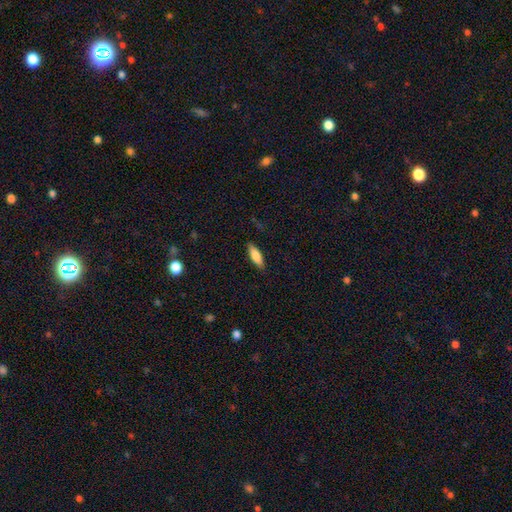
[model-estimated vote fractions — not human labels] smooth 80%, featured or disk 13%, star or artifact 6%. Down the decision tree: how rounded — in between (50%); merging — none (86%).